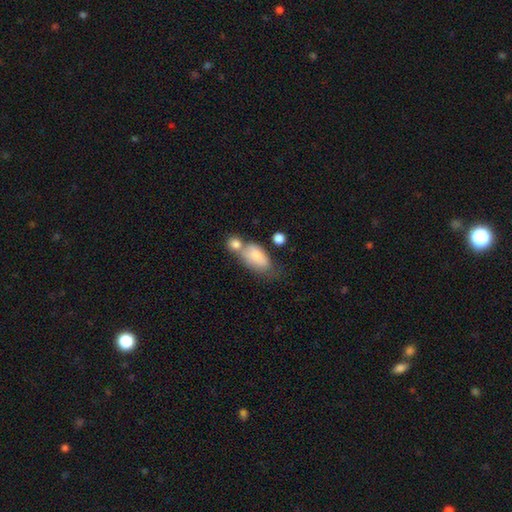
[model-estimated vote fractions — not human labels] Smooth or featured?
  - smooth: 78% *
  - featured or disk: 16%
  - star or artifact: 7%
How rounded?
  - in between: 89% *
  - round: 6%
  - cigar-shaped: 5%
Merging?
  - merger: 42% *
  - none: 32%
  - minor disturbance: 17%
  - major disturbance: 9%